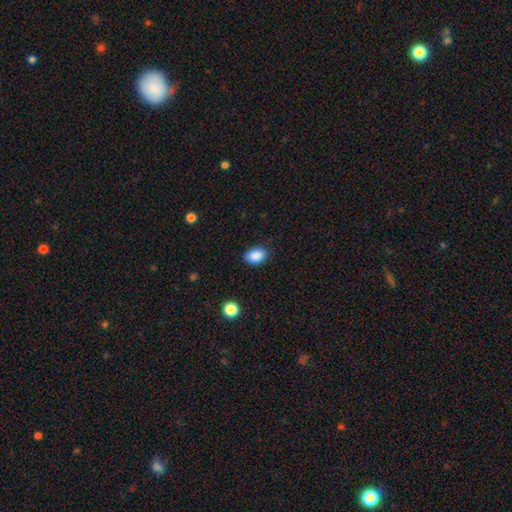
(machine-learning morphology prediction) smooth 88%, star or artifact 8%, featured or disk 3%. Down the decision tree: how rounded — in between (84%); merging — none (85%).